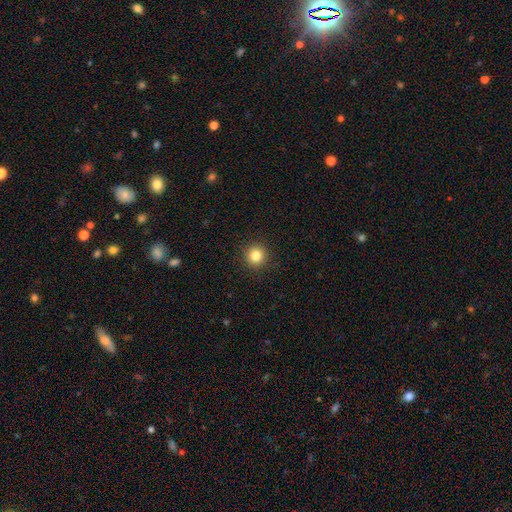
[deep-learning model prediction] A smooth galaxy with no disk features (83%) that is round (95%).

Vote fractions:
- Smooth or featured? smooth: 83% / star or artifact: 12% / featured or disk: 5%
- How rounded? round: 95% / in between: 4% / cigar-shaped: 1%
- Merging? none: 92% / minor disturbance: 5% / major disturbance: 2% / merger: 1%